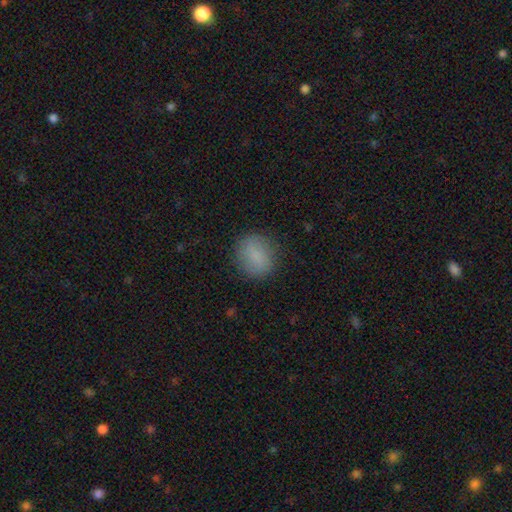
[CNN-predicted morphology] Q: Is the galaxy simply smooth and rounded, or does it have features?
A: smooth — 82%.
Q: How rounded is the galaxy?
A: round — 69%.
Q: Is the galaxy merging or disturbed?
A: none — 82%.